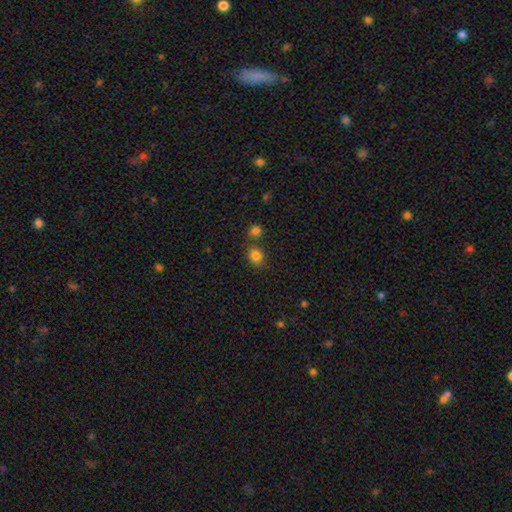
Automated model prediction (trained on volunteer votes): Overall: smooth (83%). How rounded: in between (52%; round 47%). Merging: none (71%).